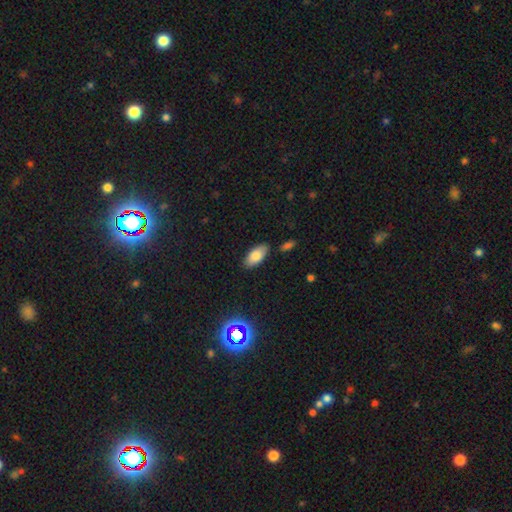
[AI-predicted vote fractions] Smooth or featured: smooth — 80% (featured or disk — 11%)
How rounded: in between — 91% (cigar-shaped — 6%)
Merging: none — 83% (minor disturbance — 12%)